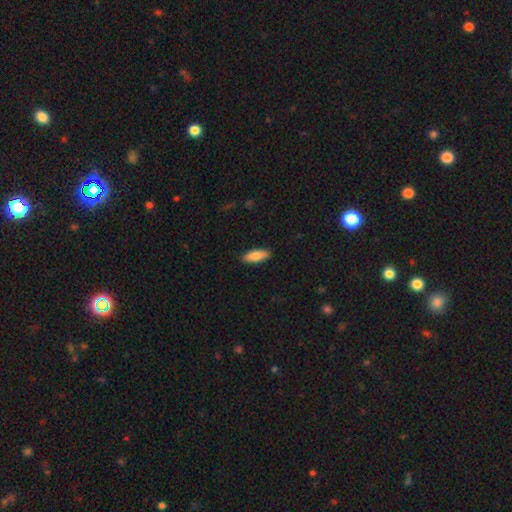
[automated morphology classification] Q: Smooth or featured?
A: smooth (80%); runner-up: featured or disk (14%)
Q: How rounded?
A: in between (69%); runner-up: cigar-shaped (28%)
Q: Merging?
A: none (90%); runner-up: minor disturbance (8%)